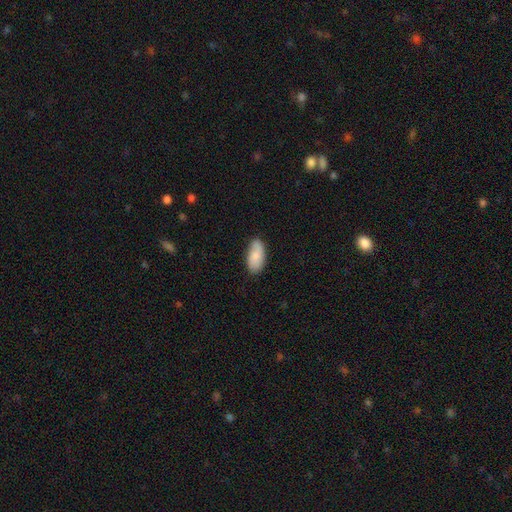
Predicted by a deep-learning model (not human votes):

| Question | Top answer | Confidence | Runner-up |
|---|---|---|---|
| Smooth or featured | smooth | 78% | featured or disk (16%) |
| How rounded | in between | 93% | cigar-shaped (5%) |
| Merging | none | 79% | minor disturbance (17%) |